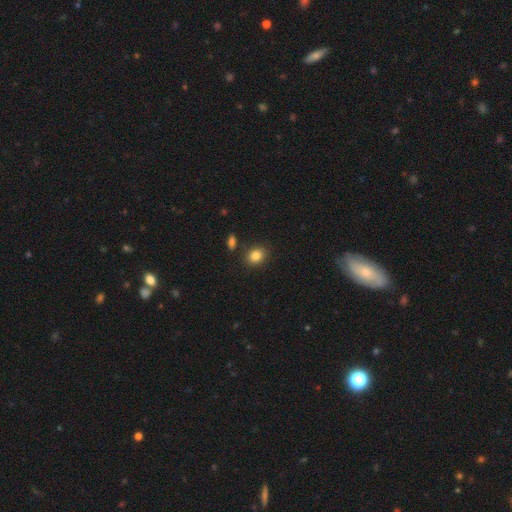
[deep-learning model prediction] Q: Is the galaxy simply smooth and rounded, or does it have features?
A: smooth — 85%.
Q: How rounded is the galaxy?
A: in between — 51%.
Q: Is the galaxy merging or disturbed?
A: none — 83%.